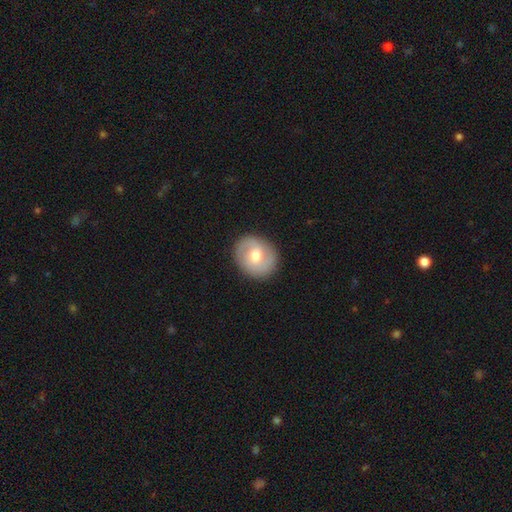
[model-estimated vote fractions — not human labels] smooth 48%, featured or disk 45%, star or artifact 7%. Down the decision tree: merging — none (88%).